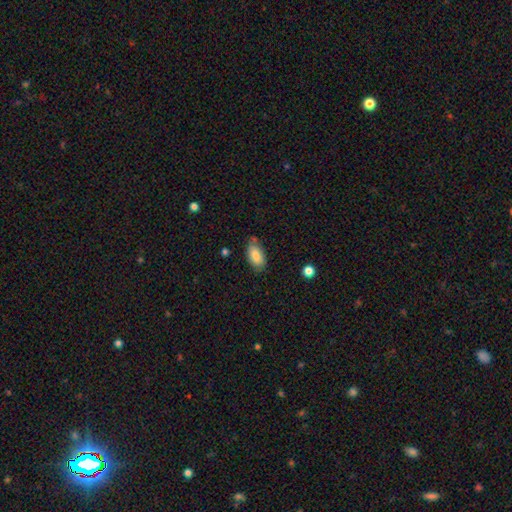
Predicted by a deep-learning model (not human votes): Overall: smooth (84%). How rounded: in between (93%). Merging: none (71%).